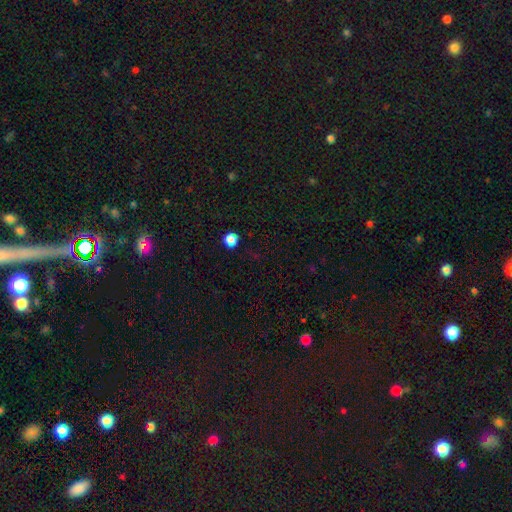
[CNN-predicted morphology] The model was most divided on "smooth or featured": smooth: 59%, star or artifact: 36%, featured or disk: 5%. More confident: merging — none (88%); how rounded — round (86%).